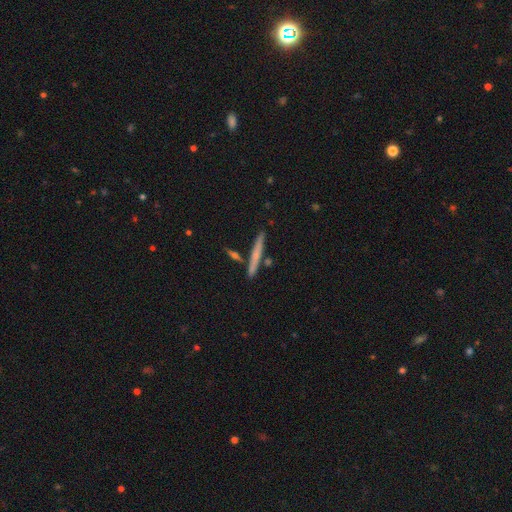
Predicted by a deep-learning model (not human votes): smooth 50%, featured or disk 43%, star or artifact 7%. Down the decision tree: how rounded — cigar-shaped (95%); merging — none (82%).